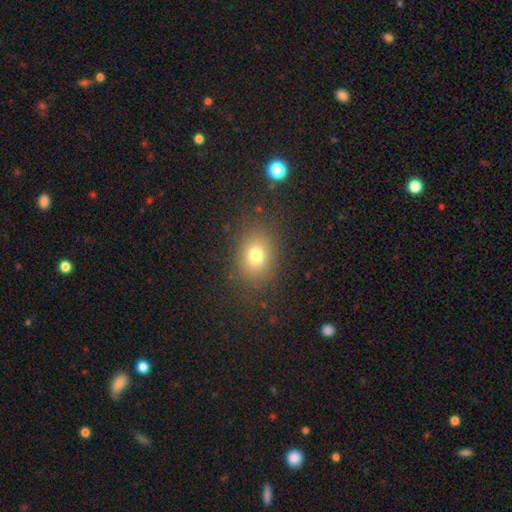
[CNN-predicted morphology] The model was most divided on "how rounded": in between: 58%, round: 41%, cigar-shaped: 1%. More confident: merging — none (83%); smooth or featured — smooth (75%).